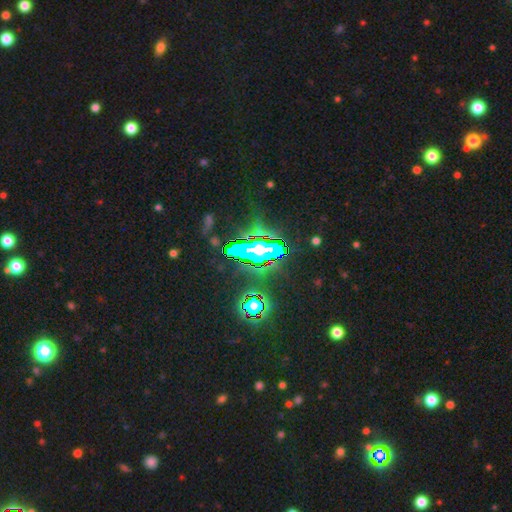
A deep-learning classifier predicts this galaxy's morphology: The model was most divided on "smooth or featured": star or artifact: 71%, featured or disk: 15%, smooth: 14%.